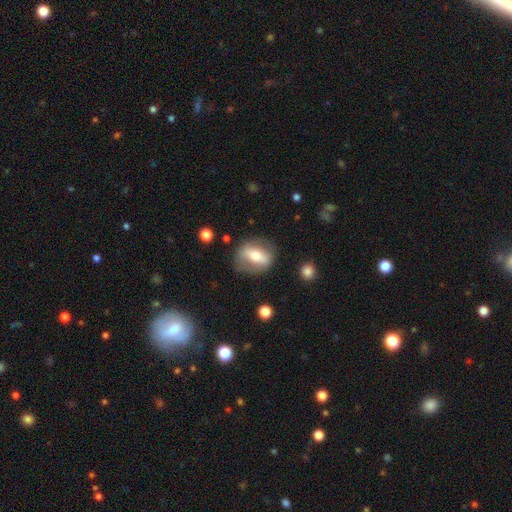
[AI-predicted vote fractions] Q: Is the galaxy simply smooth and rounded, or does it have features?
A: featured or disk — 51%.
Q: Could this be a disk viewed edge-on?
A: no — 76%.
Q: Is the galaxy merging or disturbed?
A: none — 77%.